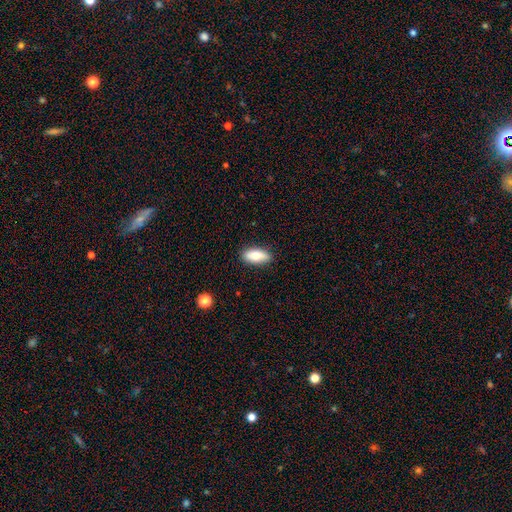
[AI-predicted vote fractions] The model was most divided on "smooth or featured": smooth: 81%, featured or disk: 12%, star or artifact: 7%. More confident: merging — none (85%); how rounded — in between (84%).